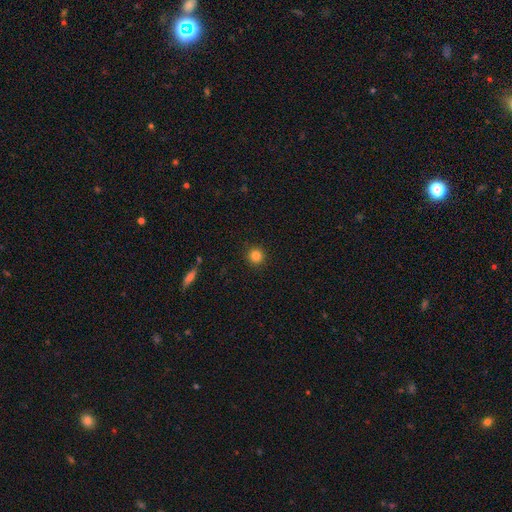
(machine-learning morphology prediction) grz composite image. It shows a smooth galaxy with no disk features (84%) that is round (95%). Merging: none (92%).